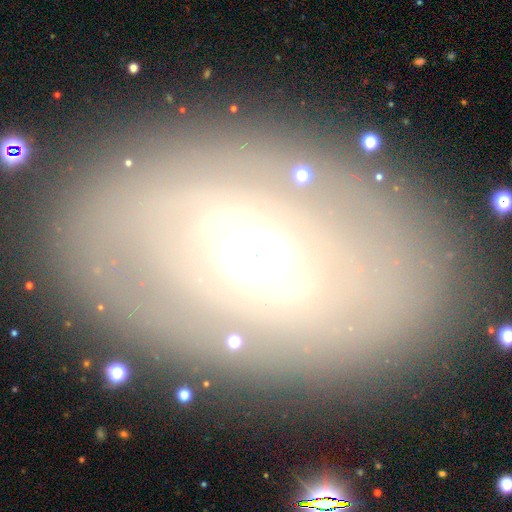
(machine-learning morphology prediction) Q: Smooth or featured?
A: featured or disk (51%); runner-up: smooth (36%)
Q: Edge-on disk?
A: no (90%); runner-up: yes (10%)
Q: Merging?
A: none (84%); runner-up: minor disturbance (10%)